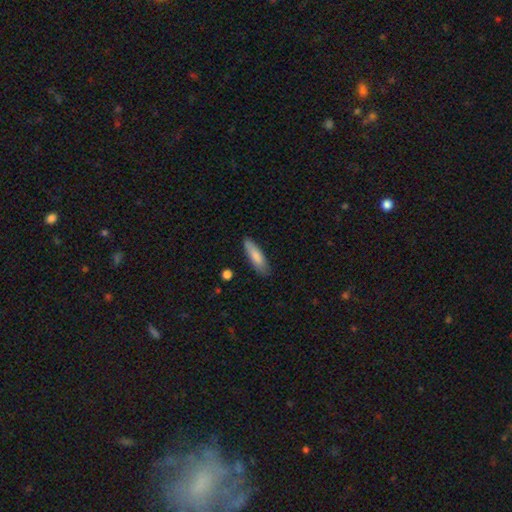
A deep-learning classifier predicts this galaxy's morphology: Smooth or featured? Predicted: smooth (p=0.83). How rounded? Predicted: cigar-shaped (p=0.63). Merging? Predicted: none (p=0.81).